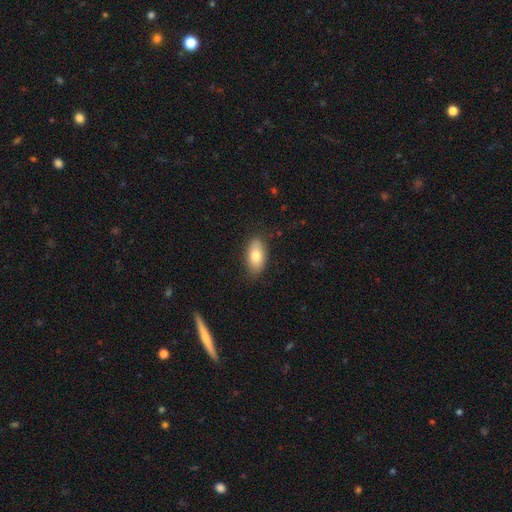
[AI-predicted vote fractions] This appears to be a smooth galaxy with no disk features (78%) that is in between round and cigar-shaped (91%). Merging: none (84%).